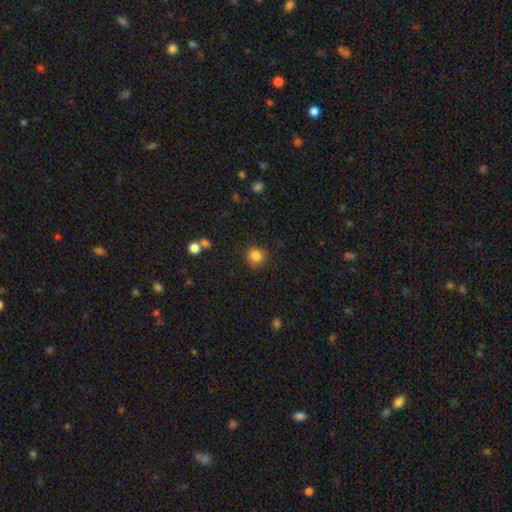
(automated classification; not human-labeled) Q: Smooth or featured?
A: smooth (84%); runner-up: star or artifact (11%)
Q: How rounded?
A: round (87%); runner-up: in between (12%)
Q: Merging?
A: none (84%); runner-up: minor disturbance (11%)